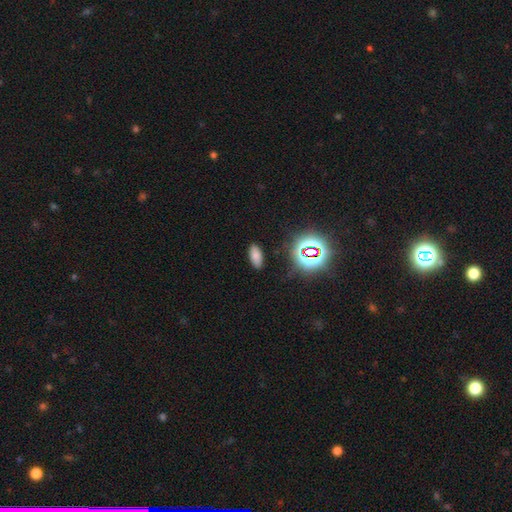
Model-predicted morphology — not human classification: This is likely a smooth galaxy (71%). How rounded: clearly in between (86%). Merging: clearly none (87%).